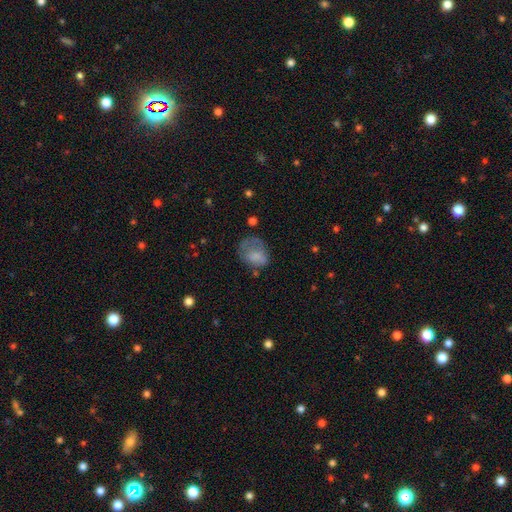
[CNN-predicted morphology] Overall: smooth (68%). How rounded: in between (57%; round 42%). Merging: none (39%; minor disturbance 29%).